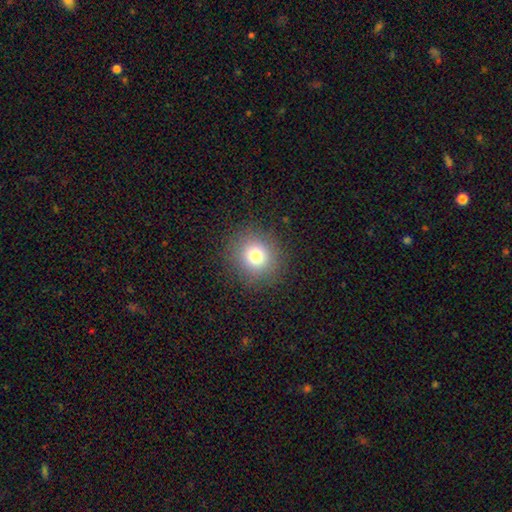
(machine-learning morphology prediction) smooth 76%, star or artifact 14%, featured or disk 9%. Down the decision tree: how rounded — round (92%); merging — none (89%).